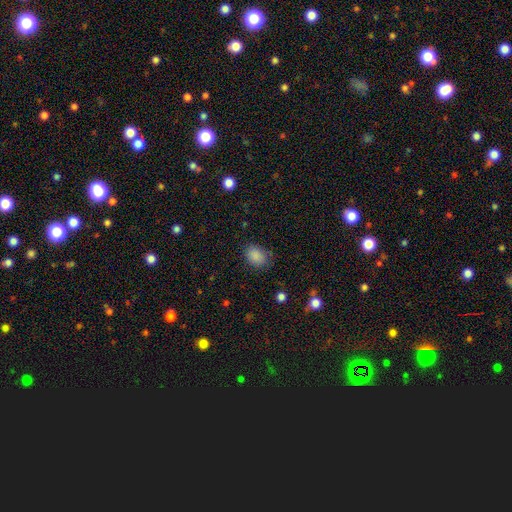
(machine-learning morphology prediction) A smooth galaxy with no disk features (86%) that is in between round and cigar-shaped (72%).

Vote fractions:
- Smooth or featured? smooth: 86% / star or artifact: 9% / featured or disk: 4%
- How rounded? in between: 72% / round: 27% / cigar-shaped: 1%
- Merging? none: 77% / minor disturbance: 18% / major disturbance: 4% / merger: 1%